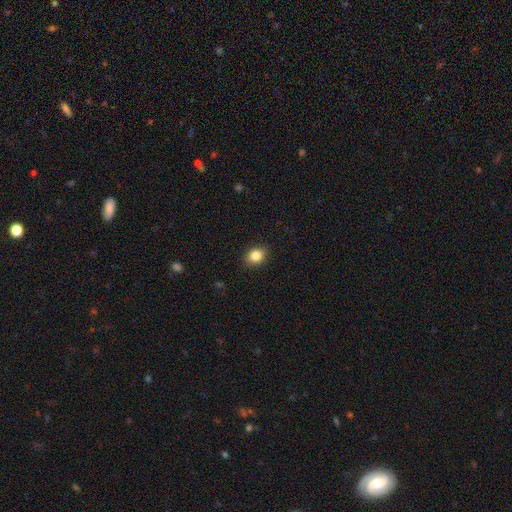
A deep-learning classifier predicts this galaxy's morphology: Smooth or featured?
  - smooth: 85% *
  - star or artifact: 10%
  - featured or disk: 6%
How rounded?
  - in between: 50% *
  - round: 49%
  - cigar-shaped: 1%
Merging?
  - none: 89% *
  - minor disturbance: 8%
  - major disturbance: 2%
  - merger: 1%